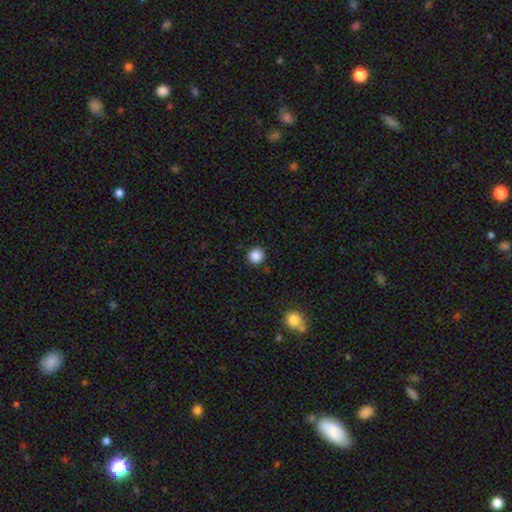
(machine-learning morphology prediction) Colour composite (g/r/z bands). It shows a smooth galaxy with no disk features (87%) that is round (95%). Merging: none (92%).